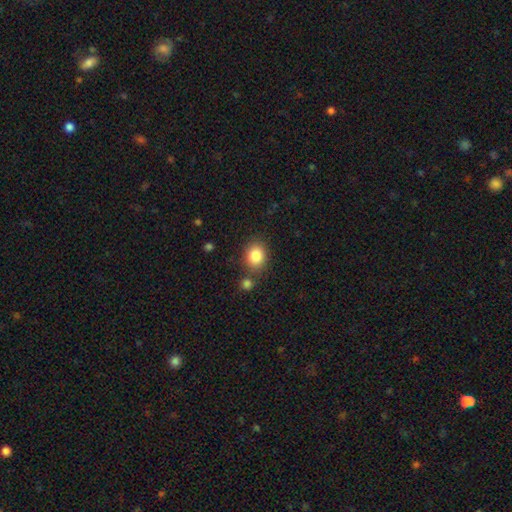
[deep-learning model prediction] The model was most divided on "how rounded": round: 58%, in between: 41%, cigar-shaped: 1%. More confident: smooth or featured — smooth (85%); merging — none (75%).